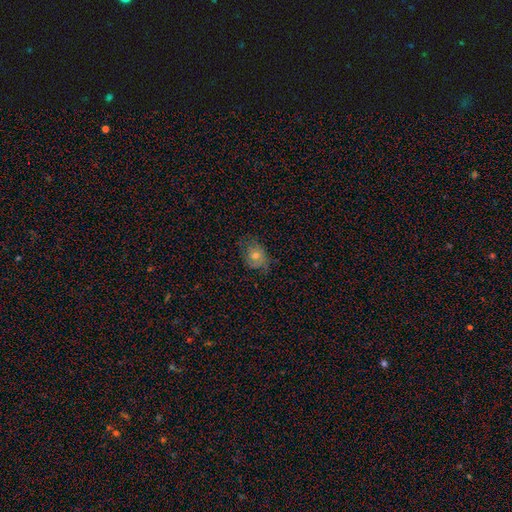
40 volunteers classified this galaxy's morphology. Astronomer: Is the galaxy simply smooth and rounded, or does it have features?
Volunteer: smooth — 57% (runner-up: featured or disk, 32%).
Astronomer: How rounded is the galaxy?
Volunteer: round — 61% (runner-up: in between, 39%).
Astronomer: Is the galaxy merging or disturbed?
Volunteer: none — 53%.